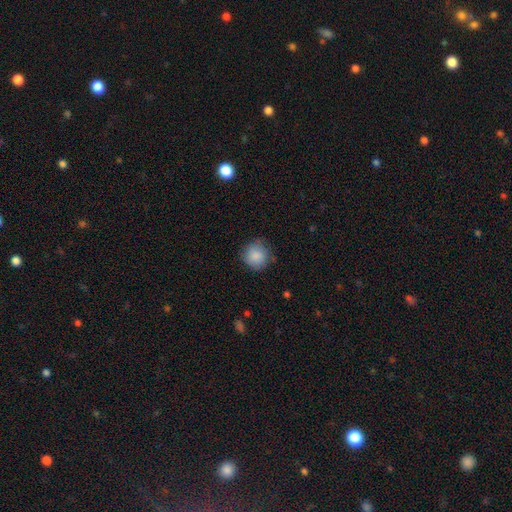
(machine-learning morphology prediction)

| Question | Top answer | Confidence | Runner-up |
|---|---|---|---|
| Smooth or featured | smooth | 87% | star or artifact (8%) |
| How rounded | round | 91% | in between (8%) |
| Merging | none | 77% | minor disturbance (17%) |